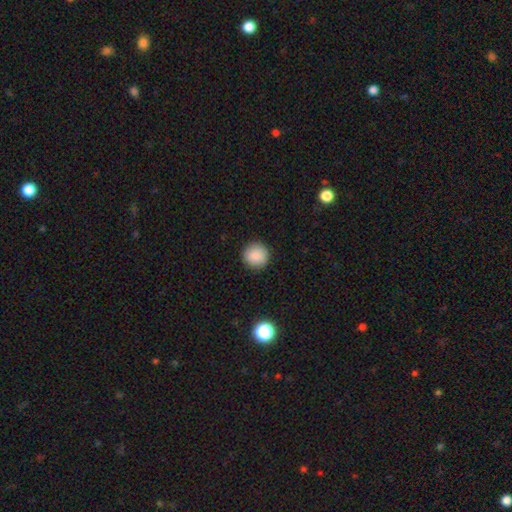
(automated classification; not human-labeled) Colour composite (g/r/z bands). It shows a smooth galaxy with no disk features (86%) that is round (94%). Merging: none (91%).